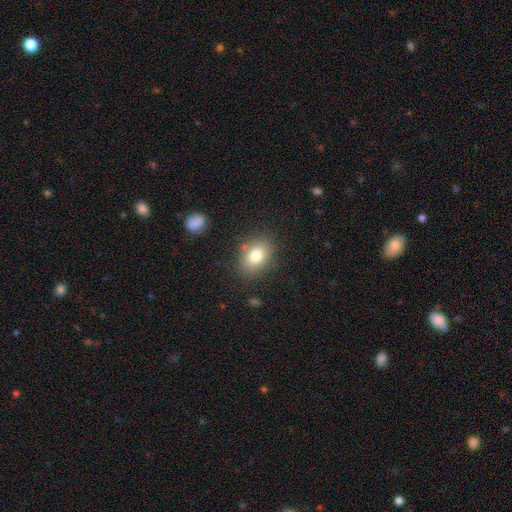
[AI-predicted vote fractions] Smooth or featured: smooth — 79% (featured or disk — 11%)
How rounded: in between — 72% (round — 27%)
Merging: none — 80% (minor disturbance — 12%)